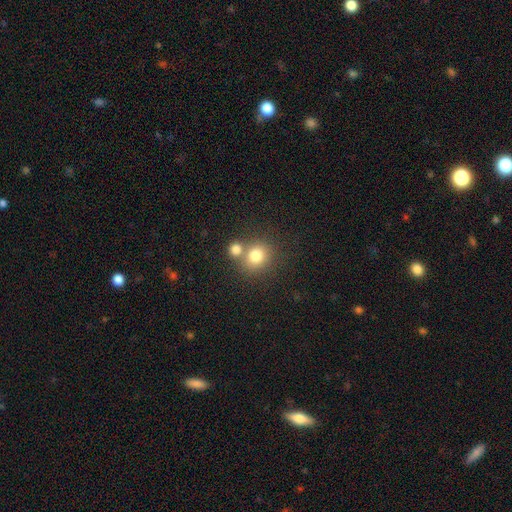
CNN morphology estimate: A smooth galaxy with no disk features (79%) that is round (83%). Merging: none (55%).